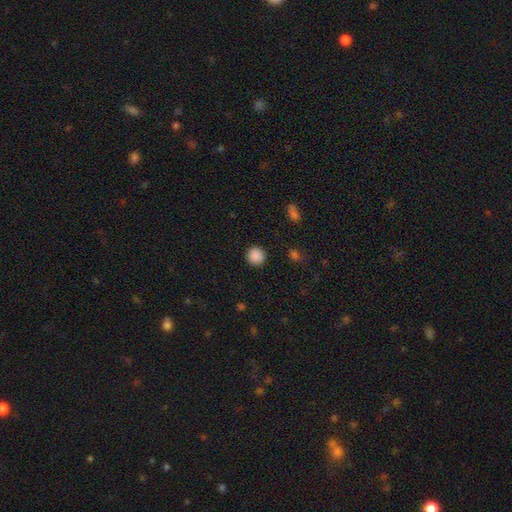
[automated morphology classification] Smooth or featured? smooth (88%)
How rounded? round (93%)
Merging? none (91%)